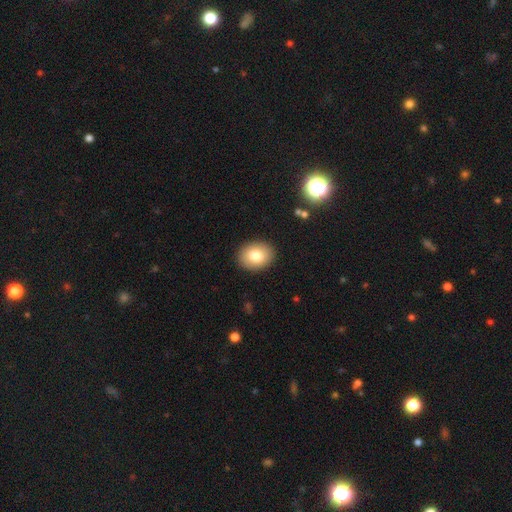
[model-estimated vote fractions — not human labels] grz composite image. It shows a smooth galaxy with no disk features (81%) that is in between round and cigar-shaped (60%). Merging: none (90%).